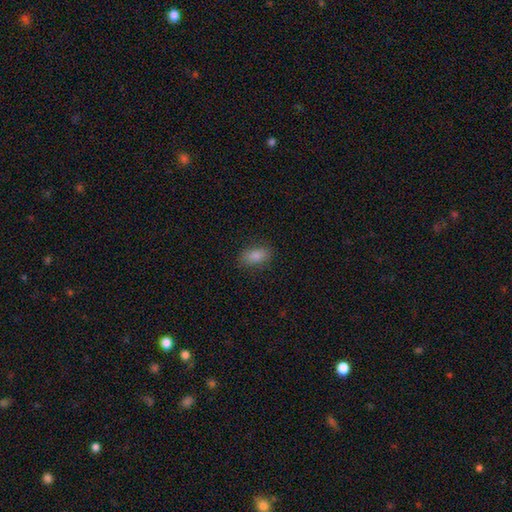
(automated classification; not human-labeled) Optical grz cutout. It shows a smooth galaxy with no disk features (84%) that is in between round and cigar-shaped (88%). Merging: none (86%).